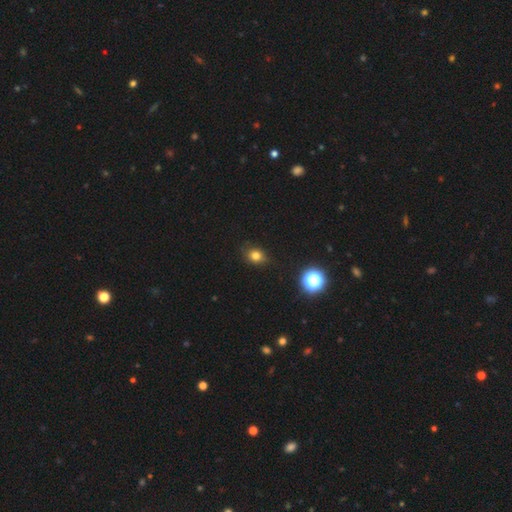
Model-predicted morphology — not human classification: The model was most divided on "how rounded": round: 58%, in between: 41%, cigar-shaped: 1%. More confident: merging — none (79%); smooth or featured — smooth (77%).